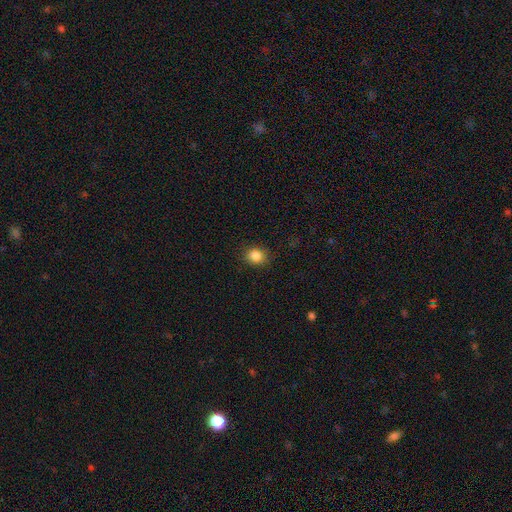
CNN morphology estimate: A smooth galaxy with no disk features (86%) that is round (70%). Merging: none (88%).